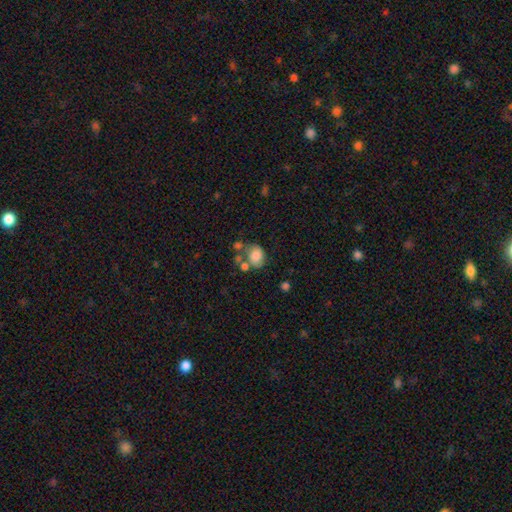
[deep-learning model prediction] Smooth or featured?
  - smooth: 77% *
  - featured or disk: 14%
  - star or artifact: 9%
How rounded?
  - in between: 51% *
  - round: 48%
  - cigar-shaped: 1%
Merging?
  - none: 41% *
  - merger: 26%
  - minor disturbance: 20%
  - major disturbance: 13%